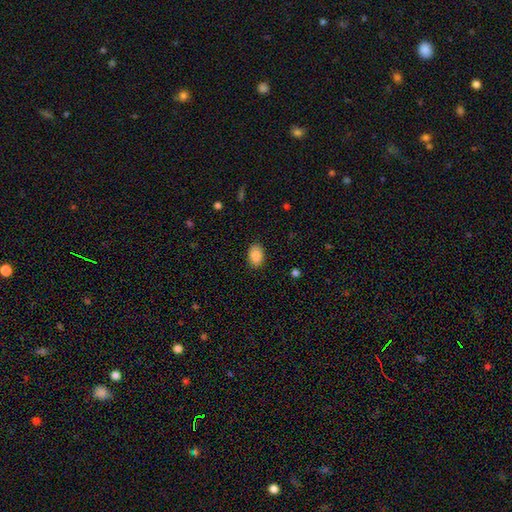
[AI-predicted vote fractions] Q: Smooth or featured?
A: smooth (89%); runner-up: star or artifact (7%)
Q: How rounded?
A: in between (85%); runner-up: round (14%)
Q: Merging?
A: none (88%); runner-up: minor disturbance (9%)